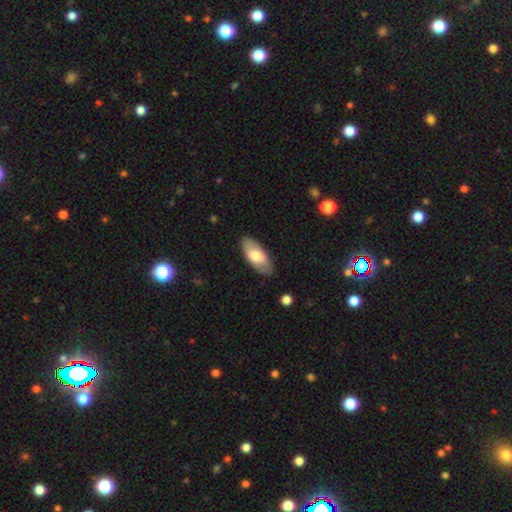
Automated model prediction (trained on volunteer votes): Smooth or featured?
  - smooth: 61% *
  - featured or disk: 33%
  - star or artifact: 5%
How rounded?
  - in between: 90% *
  - cigar-shaped: 8%
  - round: 2%
Merging?
  - none: 85% *
  - minor disturbance: 11%
  - major disturbance: 3%
  - merger: 1%